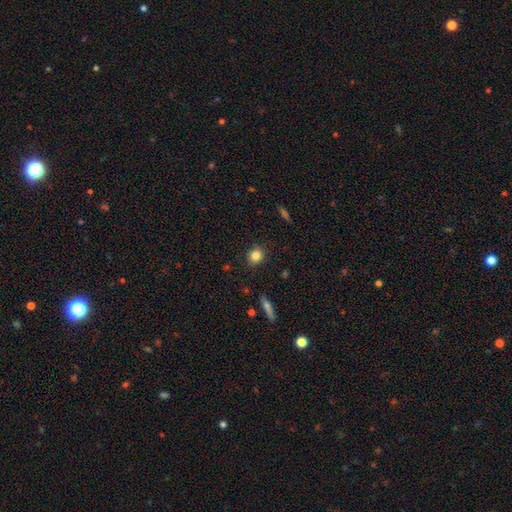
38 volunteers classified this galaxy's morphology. smooth-or-featured: smooth: 95% | featured or disk: 3% | star or artifact: 3%
  how-rounded: round: 72% | in between: 25% | cigar-shaped: 3%
  merging: none: 89% | minor disturbance: 11% | major disturbance: 0% | merger: 0%